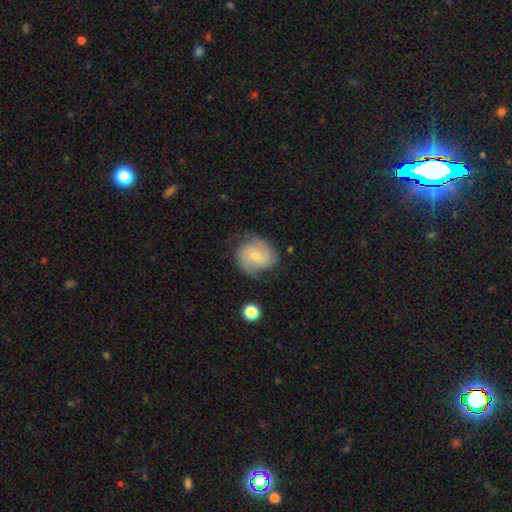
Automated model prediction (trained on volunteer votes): Smooth or featured?
  - featured or disk: 56% *
  - smooth: 37%
  - star or artifact: 7%
Edge-on disk?
  - no: 97% *
  - yes: 3%
Bar?
  - no: 60% *
  - weak: 34%
  - strong: 6%
Spiral arms?
  - yes: 86% *
  - no: 14%
Bulge size?
  - small: 53% *
  - moderate: 41%
  - none: 3%
  - large: 2%
  - dominant: 1%
Merging?
  - none: 65% *
  - minor disturbance: 24%
  - major disturbance: 9%
  - merger: 2%